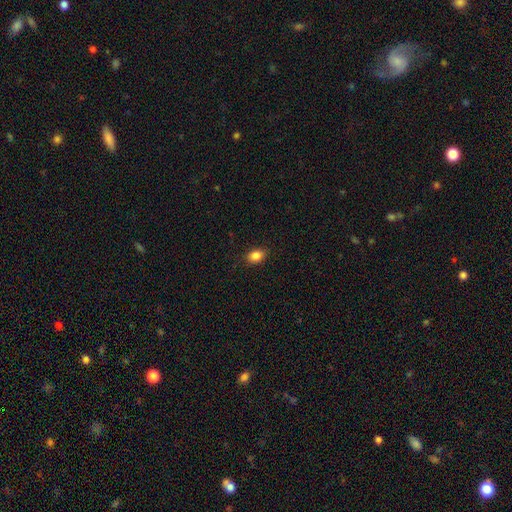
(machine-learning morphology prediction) smooth-or-featured: smooth: 86% | star or artifact: 9% | featured or disk: 4%
  how-rounded: in between: 75% | round: 23% | cigar-shaped: 2%
  merging: none: 86% | minor disturbance: 11% | major disturbance: 3% | merger: 1%